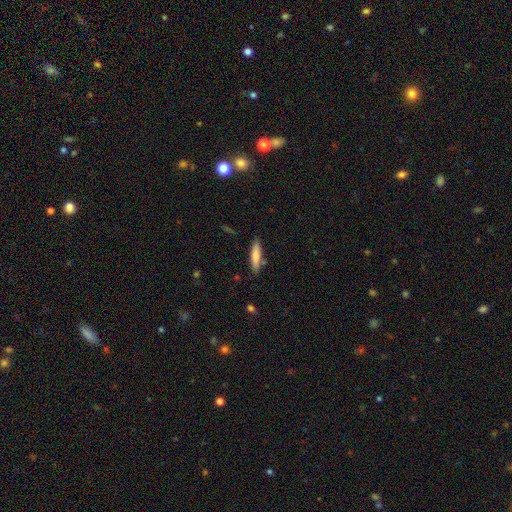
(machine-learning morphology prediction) Smooth or featured? smooth (76%)
How rounded? cigar-shaped (78%)
Merging? none (83%)